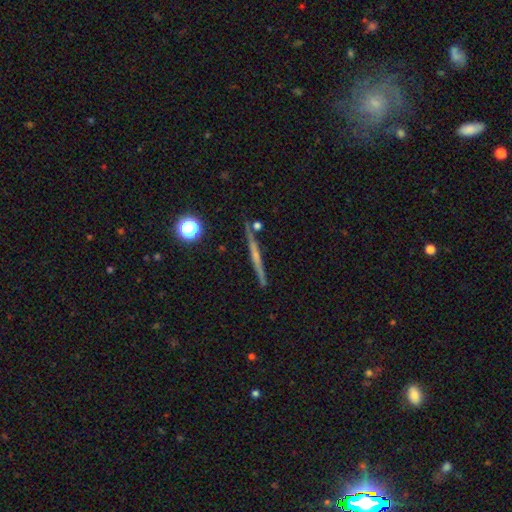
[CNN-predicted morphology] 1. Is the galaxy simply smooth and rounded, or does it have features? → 60% featured or disk, 29% smooth, 10% star or artifact.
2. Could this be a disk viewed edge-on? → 97% yes, 3% no.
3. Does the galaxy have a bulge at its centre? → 62% none, 30% rounded, 7% boxy.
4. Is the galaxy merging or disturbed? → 87% none, 8% minor disturbance, 3% merger, 2% major disturbance.